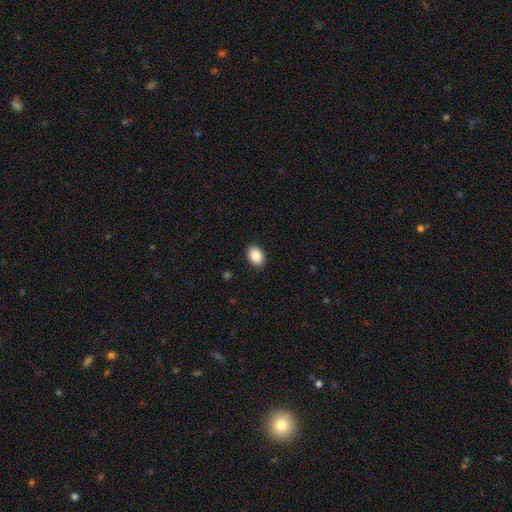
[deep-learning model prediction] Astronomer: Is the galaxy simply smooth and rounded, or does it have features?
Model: smooth — 88%.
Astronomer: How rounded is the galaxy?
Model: in between — 77%.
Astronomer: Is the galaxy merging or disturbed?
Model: none — 90%.